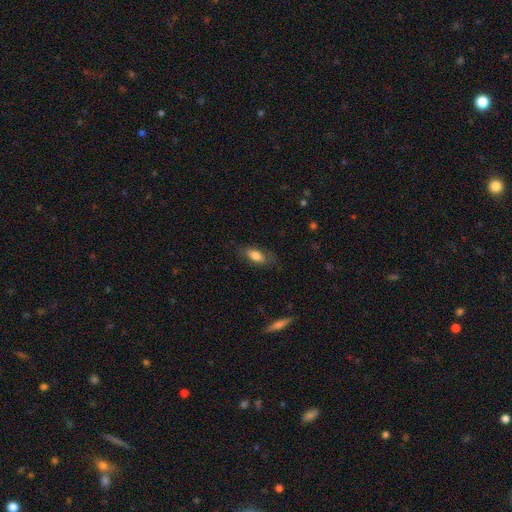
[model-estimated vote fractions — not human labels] smooth-or-featured: smooth: 74% | featured or disk: 19% | star or artifact: 7%
  how-rounded: in between: 80% | cigar-shaped: 16% | round: 4%
  merging: none: 75% | minor disturbance: 18% | major disturbance: 6% | merger: 1%